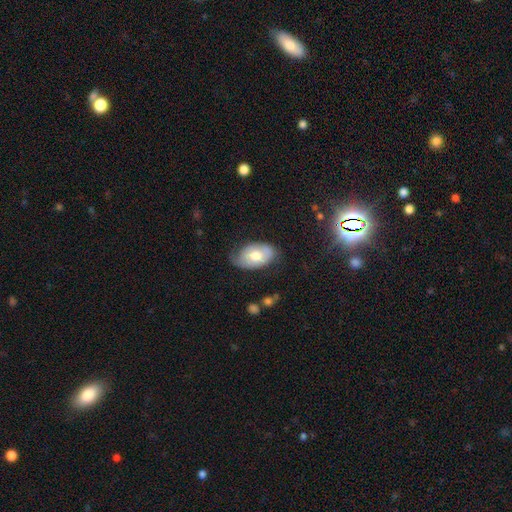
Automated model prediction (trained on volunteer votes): This appears to be a smooth galaxy with no disk features (62%) that is in between round and cigar-shaped (91%). Merging: none (57%).